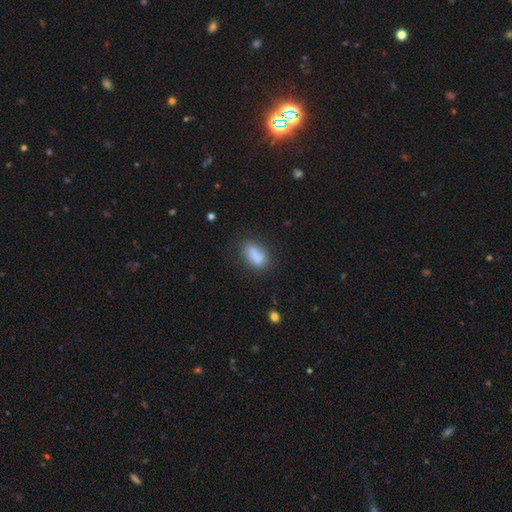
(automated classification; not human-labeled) smooth 81%, featured or disk 10%, star or artifact 9%. Down the decision tree: how rounded — in between (82%); merging — none (65%).